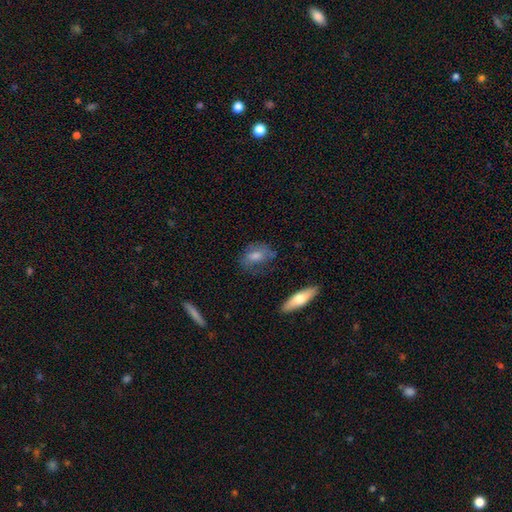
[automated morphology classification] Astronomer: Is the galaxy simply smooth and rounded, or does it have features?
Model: smooth — 54% (runner-up: featured or disk, 36%).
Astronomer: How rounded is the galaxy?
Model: in between — 72%.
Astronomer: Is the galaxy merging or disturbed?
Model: none — 67%.